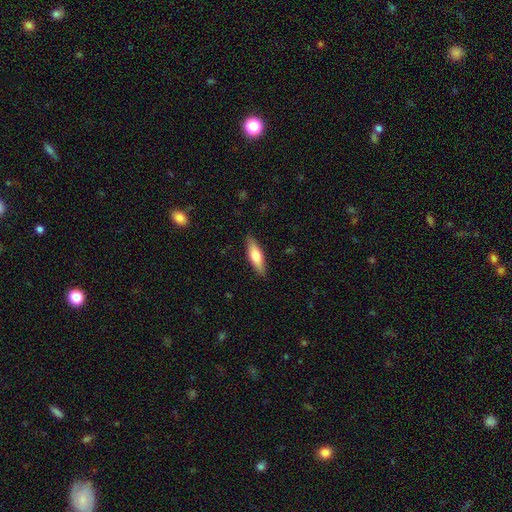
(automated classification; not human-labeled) Smooth or featured? Predicted: smooth (p=0.66). How rounded? Predicted: cigar-shaped (p=0.54). Merging? Predicted: none (p=0.88).